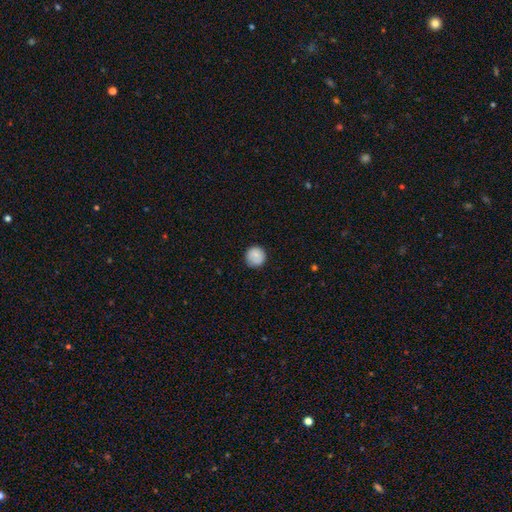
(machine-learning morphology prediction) This appears to be a smooth galaxy with no disk features (83%) that is round (95%). Merging: none (88%).